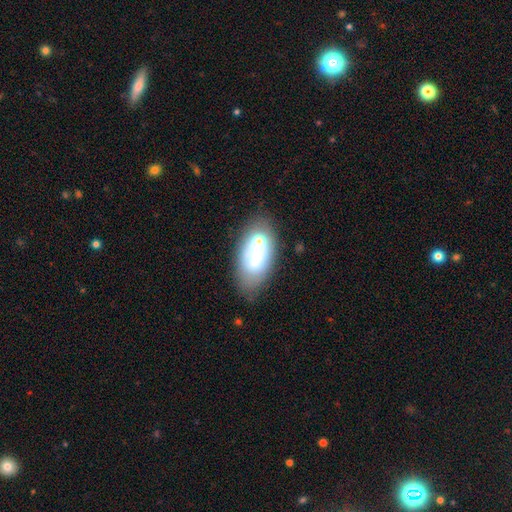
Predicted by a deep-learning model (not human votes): Smooth or featured: smooth — 61% (featured or disk — 29%)
How rounded: in between — 90% (round — 5%)
Merging: none — 50% (minor disturbance — 20%)